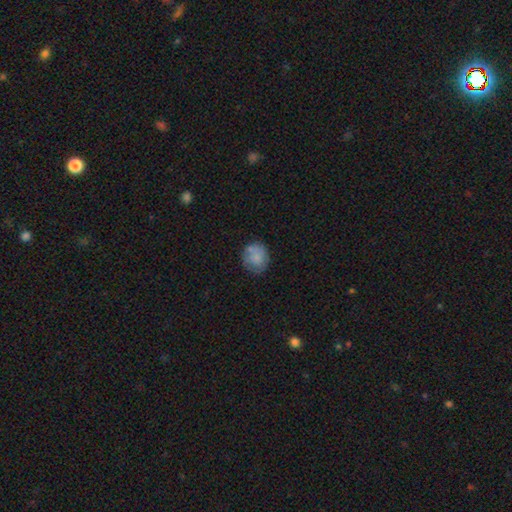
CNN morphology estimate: Smooth or featured?
  - smooth: 74% *
  - featured or disk: 19%
  - star or artifact: 8%
How rounded?
  - round: 80% *
  - in between: 19%
  - cigar-shaped: 1%
Merging?
  - none: 68% *
  - minor disturbance: 20%
  - major disturbance: 6%
  - merger: 6%